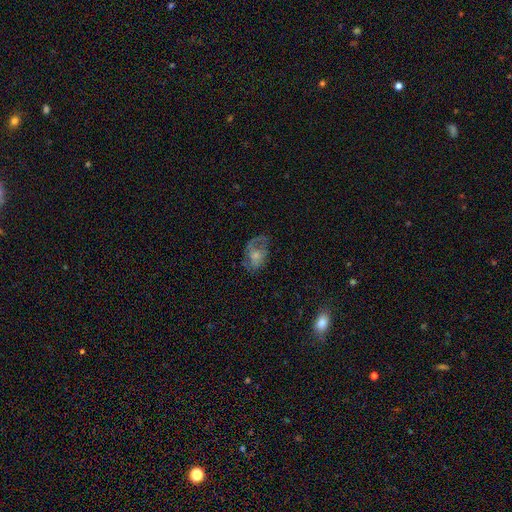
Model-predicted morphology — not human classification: smooth 48%, featured or disk 43%, star or artifact 9%. Down the decision tree: merging — none (46%).